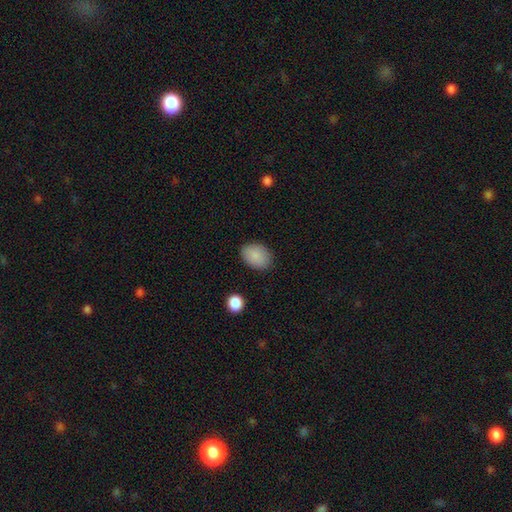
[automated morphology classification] Smooth or featured?
  - smooth: 88% *
  - star or artifact: 7%
  - featured or disk: 5%
How rounded?
  - in between: 78% *
  - round: 21%
  - cigar-shaped: 1%
Merging?
  - none: 84% *
  - minor disturbance: 12%
  - major disturbance: 3%
  - merger: 1%